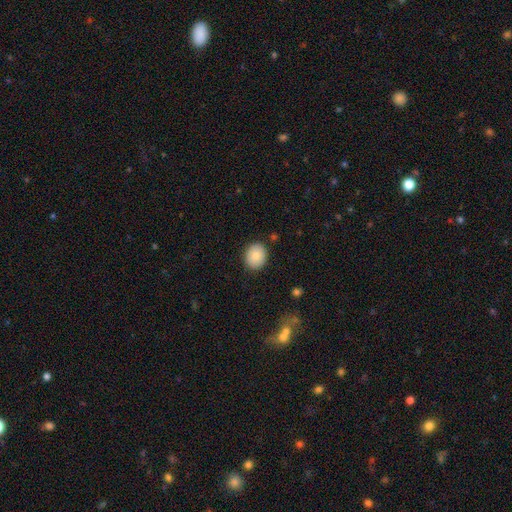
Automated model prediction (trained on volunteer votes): smooth_or_featured: smooth (p=0.84) [alt: featured or disk p=0.08]
how_rounded: round (p=0.61) [alt: in between p=0.38]
merging: none (p=0.88) [alt: minor disturbance p=0.09]